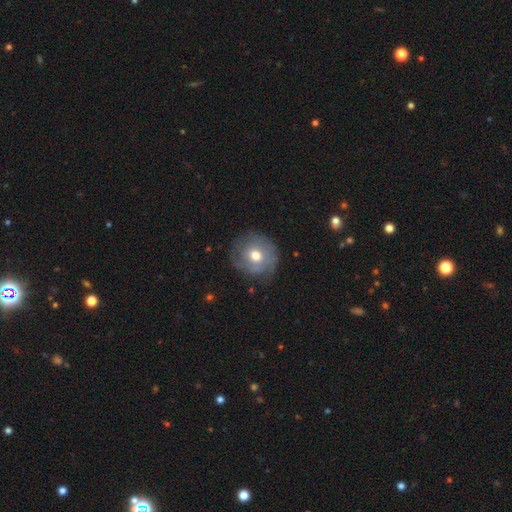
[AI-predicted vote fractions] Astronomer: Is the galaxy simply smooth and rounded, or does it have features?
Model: smooth — 50% (runner-up: featured or disk, 42%).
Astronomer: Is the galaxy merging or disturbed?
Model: none — 72%.